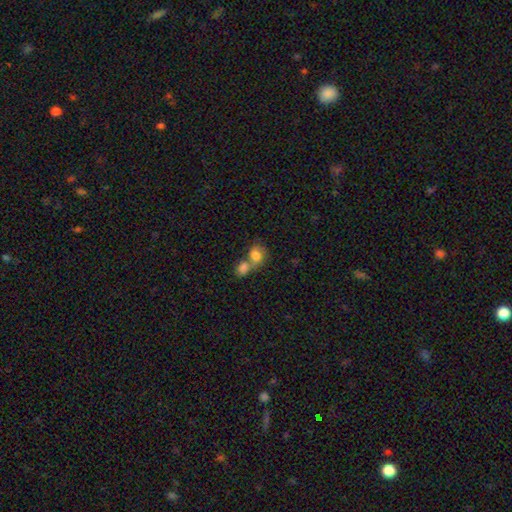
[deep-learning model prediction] smooth 81%, featured or disk 11%, star or artifact 9%. Down the decision tree: how rounded — in between (52%); merging — merger (68%).